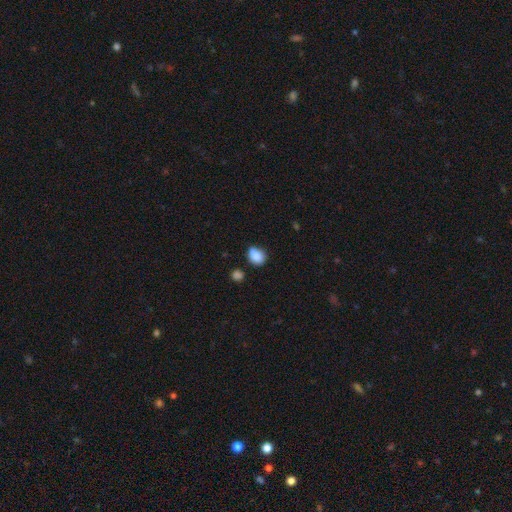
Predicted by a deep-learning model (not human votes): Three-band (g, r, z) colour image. It shows a smooth galaxy with no disk features (84%) that is in between round and cigar-shaped (66%). Merging: none (59%).